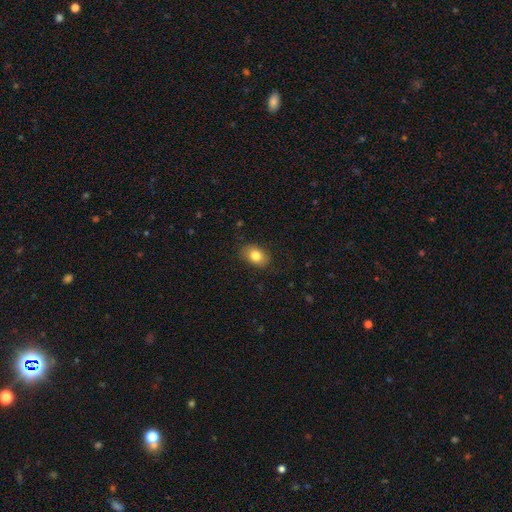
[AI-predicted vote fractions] Morphology: type=smooth (83%); roundness=in between (79%); merging=none (84%).